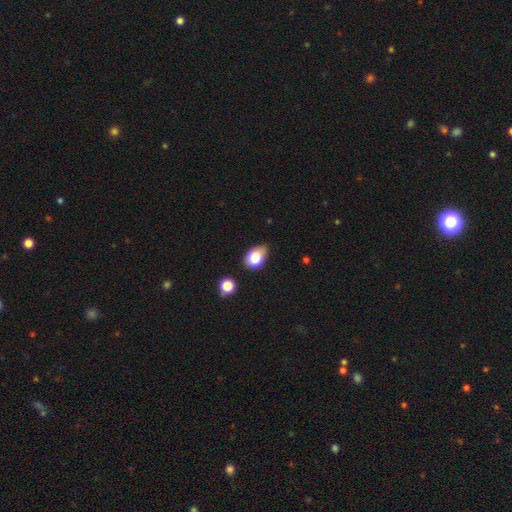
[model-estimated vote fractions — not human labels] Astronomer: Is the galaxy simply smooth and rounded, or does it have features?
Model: smooth — 79%.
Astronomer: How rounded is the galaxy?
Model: in between — 75%.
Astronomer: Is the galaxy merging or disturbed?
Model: none — 51% (runner-up: minor disturbance, 36%).